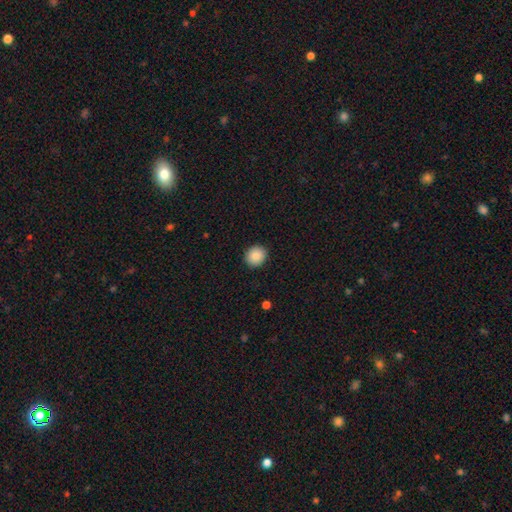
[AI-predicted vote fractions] This appears to be a smooth galaxy with no disk features (88%) that is round (82%). Merging: none (91%).